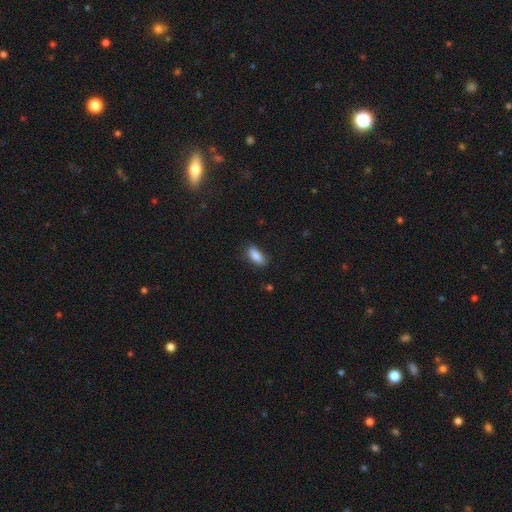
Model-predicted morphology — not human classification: This is clearly a smooth galaxy (87%). How rounded: likely in between (80%). Merging: likely none (75%).